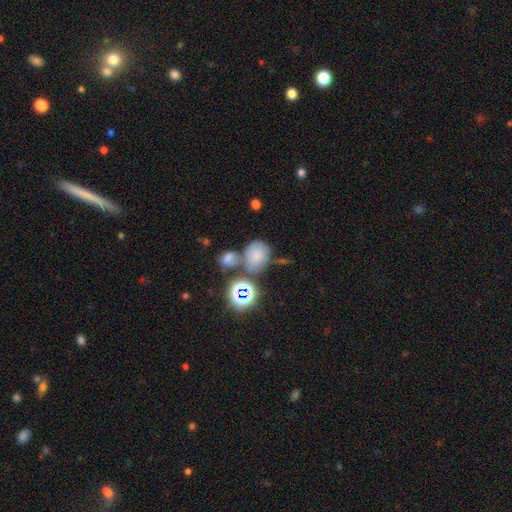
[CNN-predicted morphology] Q: Smooth or featured?
A: smooth (68%); runner-up: star or artifact (18%)
Q: How rounded?
A: round (50%); runner-up: in between (49%)
Q: Merging?
A: none (44%); runner-up: merger (33%)